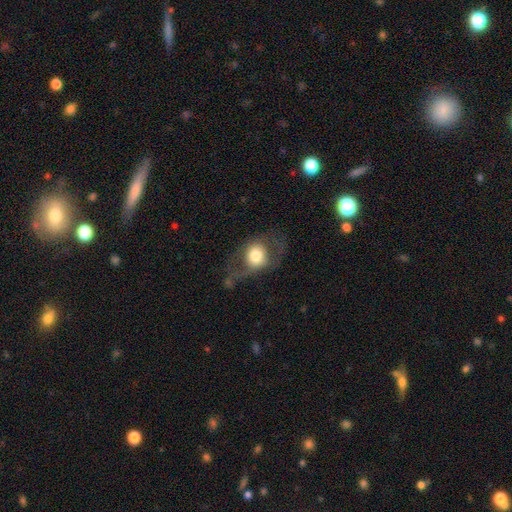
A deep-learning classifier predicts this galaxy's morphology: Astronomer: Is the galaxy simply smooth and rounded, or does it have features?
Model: smooth — 57% (runner-up: featured or disk, 36%).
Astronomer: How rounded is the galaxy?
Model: round — 58% (runner-up: in between, 41%).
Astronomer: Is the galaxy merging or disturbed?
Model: none — 51%.